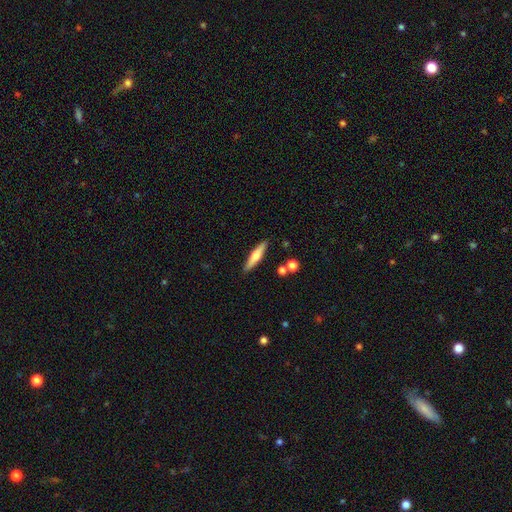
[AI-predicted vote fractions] Q: Smooth or featured?
A: smooth (47%); runner-up: featured or disk (46%)
Q: Merging?
A: none (87%); runner-up: minor disturbance (8%)